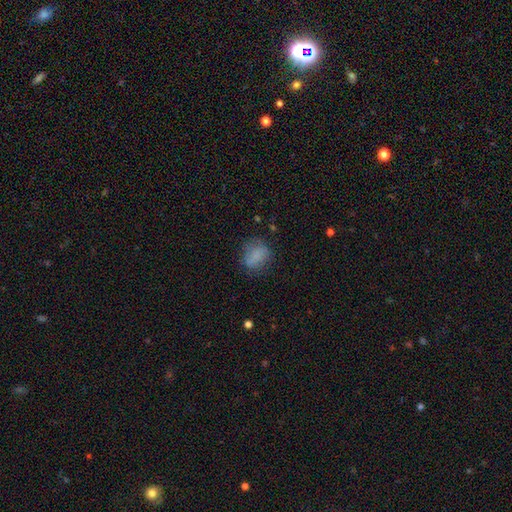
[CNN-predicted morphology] type=smooth (74%); roundness=round (51%); merging=none (62%).